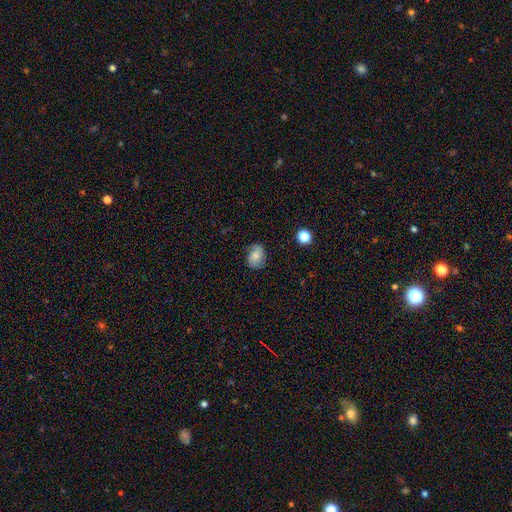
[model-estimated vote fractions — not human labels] smooth-or-featured: smooth: 60% | featured or disk: 30% | star or artifact: 10%
  how-rounded: in between: 61% | round: 38% | cigar-shaped: 1%
  merging: none: 61% | minor disturbance: 27% | major disturbance: 11% | merger: 2%